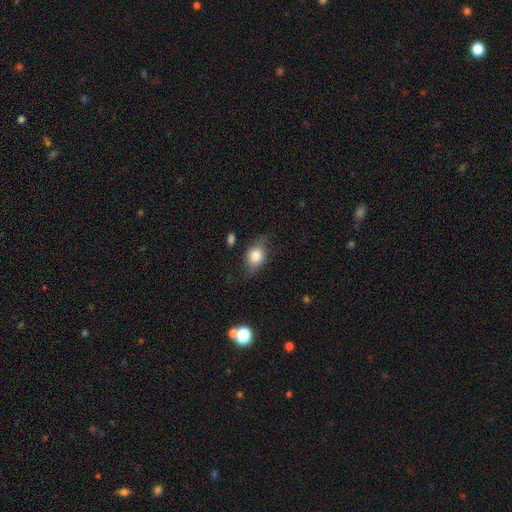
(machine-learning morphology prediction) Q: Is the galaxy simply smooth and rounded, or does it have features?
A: smooth — 76%.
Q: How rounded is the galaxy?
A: in between — 69%.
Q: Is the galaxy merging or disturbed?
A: none — 64%.